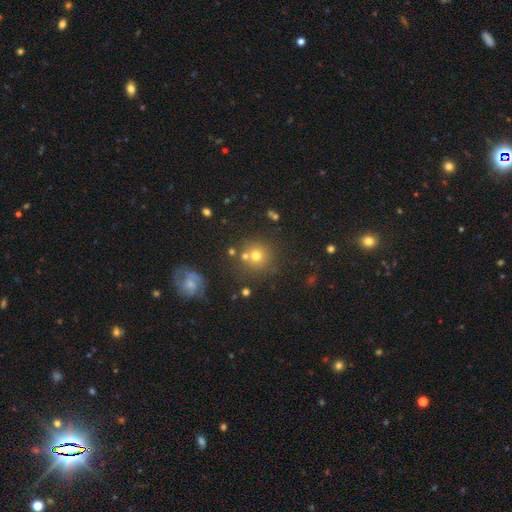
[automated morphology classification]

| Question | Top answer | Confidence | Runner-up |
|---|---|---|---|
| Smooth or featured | smooth | 62% | star or artifact (20%) |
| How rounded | round | 91% | in between (8%) |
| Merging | none | 73% | merger (12%) |